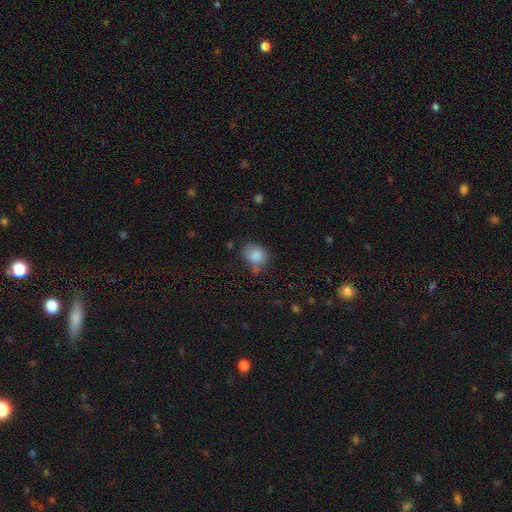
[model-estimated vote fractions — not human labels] This appears to be a smooth galaxy with no disk features (84%) that is round (58%). Merging: none (56%).